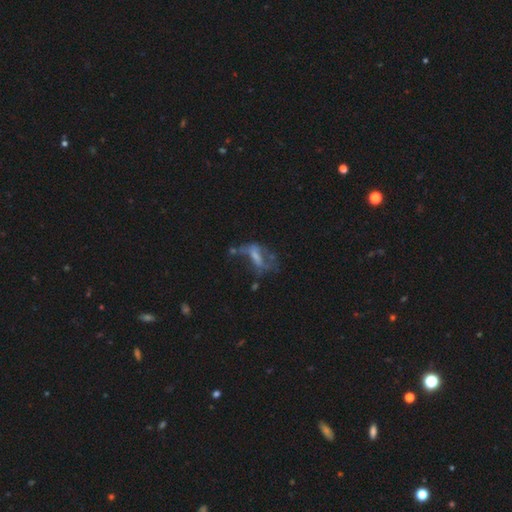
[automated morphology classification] Overall: featured or disk (56%; smooth 28%). Edge-on disk: no (90%). Merging: major disturbance (42%; none 28%).